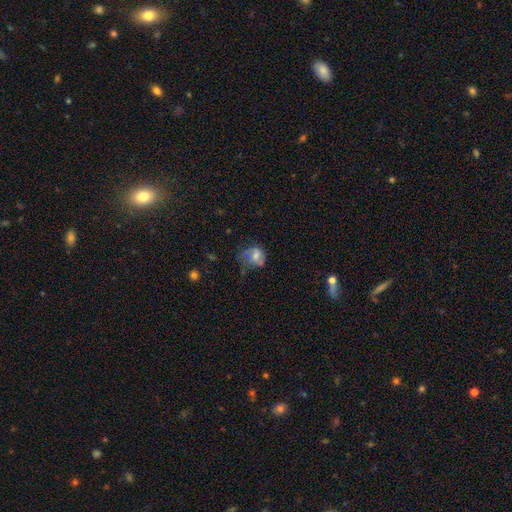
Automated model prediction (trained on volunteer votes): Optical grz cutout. It shows a smooth galaxy with no disk features (62%) that is round (60%). Merging: none (41%).